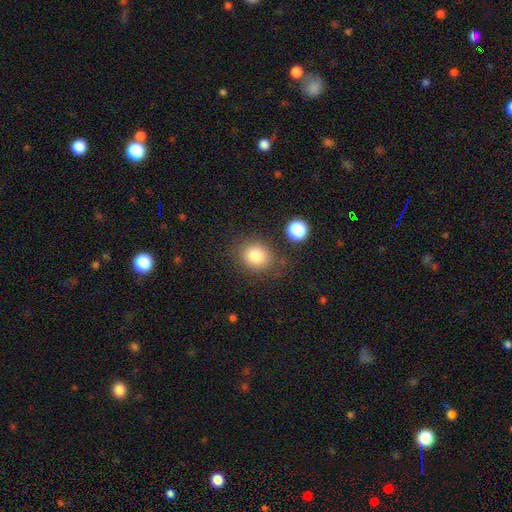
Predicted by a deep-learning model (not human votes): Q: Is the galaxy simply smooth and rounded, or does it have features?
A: smooth — 83%.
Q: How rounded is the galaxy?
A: round — 76%.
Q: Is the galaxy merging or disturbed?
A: none — 79%.